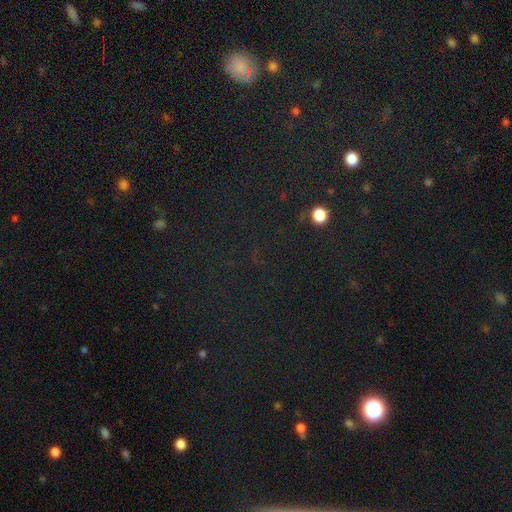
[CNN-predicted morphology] star or artifact 71%, smooth 17%, featured or disk 12%.